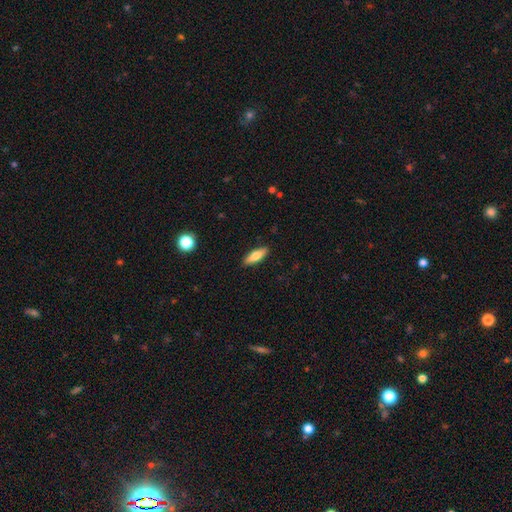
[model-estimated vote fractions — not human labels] smooth-or-featured: smooth: 70% | featured or disk: 24% | star or artifact: 6%
  how-rounded: cigar-shaped: 50% | in between: 48% | round: 2%
  merging: none: 89% | minor disturbance: 8% | major disturbance: 2% | merger: 1%